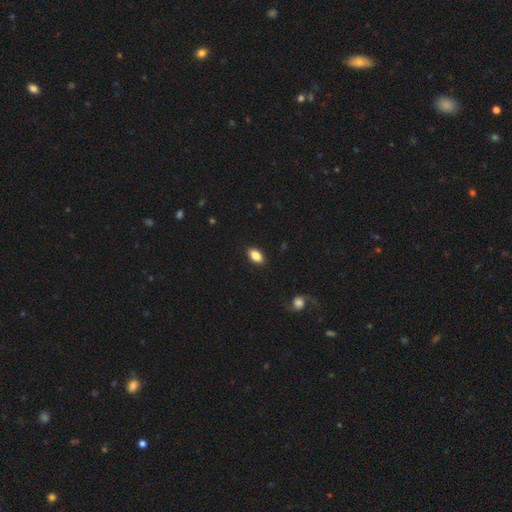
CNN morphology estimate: This is clearly a smooth galaxy (86%). How rounded: clearly in between (91%). Merging: clearly none (89%).